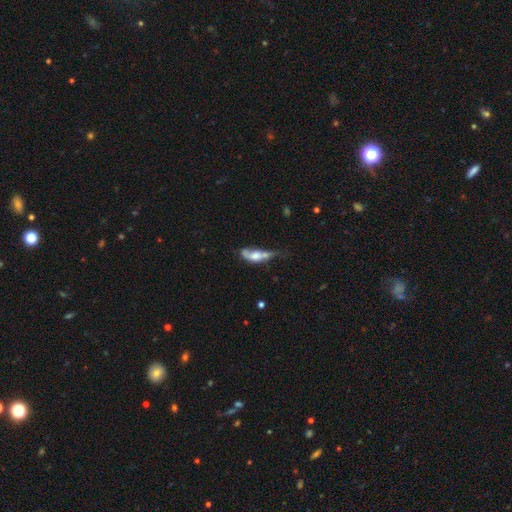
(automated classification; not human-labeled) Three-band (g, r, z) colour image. It shows a smooth galaxy with no disk features (47%). Merging: major disturbance (34%).